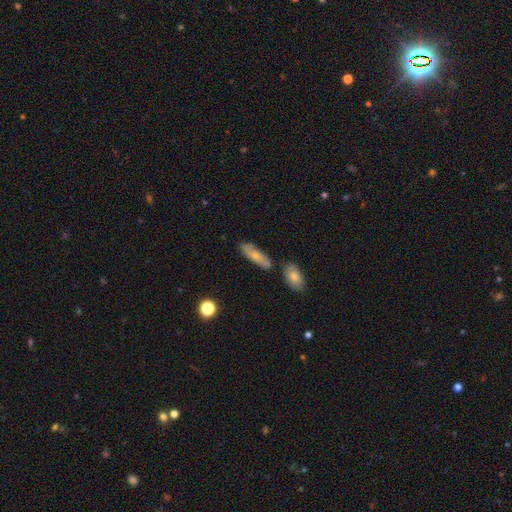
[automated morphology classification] smooth 63%, featured or disk 30%, star or artifact 7%. Down the decision tree: how rounded — in between (51%); merging — none (69%).